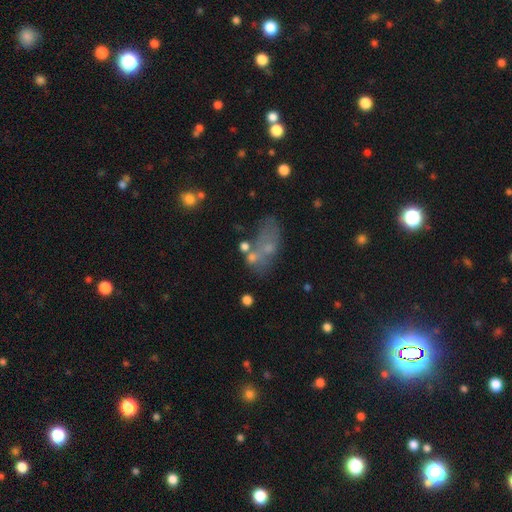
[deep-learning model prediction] smooth 48%, featured or disk 36%, star or artifact 17%. Down the decision tree: merging — none (32%).